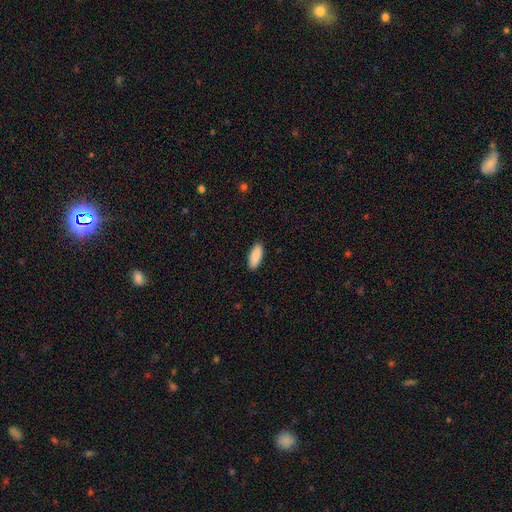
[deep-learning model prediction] The model was most divided on "how rounded": in between: 80%, cigar-shaped: 19%, round: 2%. More confident: merging — none (90%); smooth or featured — smooth (90%).